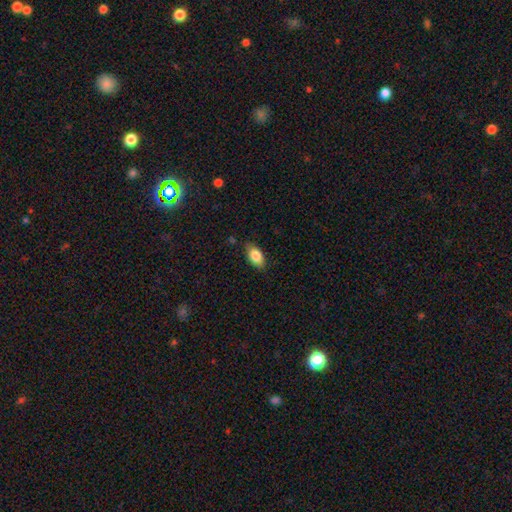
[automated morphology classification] smooth-or-featured: smooth: 83% | featured or disk: 10% | star or artifact: 7%
  how-rounded: in between: 91% | round: 5% | cigar-shaped: 4%
  merging: none: 82% | minor disturbance: 14% | major disturbance: 3% | merger: 1%